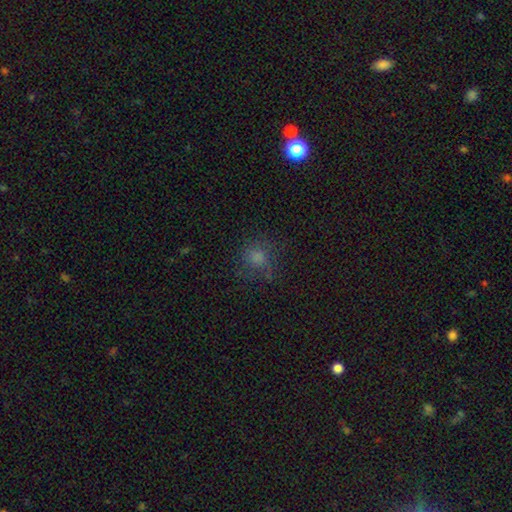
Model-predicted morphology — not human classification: smooth-or-featured: smooth: 63% | star or artifact: 23% | featured or disk: 13%
  how-rounded: round: 83% | in between: 16% | cigar-shaped: 1%
  merging: none: 69% | minor disturbance: 17% | major disturbance: 12% | merger: 2%